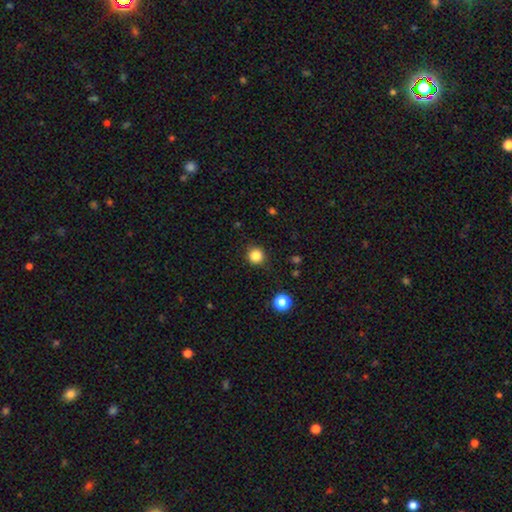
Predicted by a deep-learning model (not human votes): This appears to be a smooth galaxy with no disk features (84%) that is round (94%). Merging: none (89%).